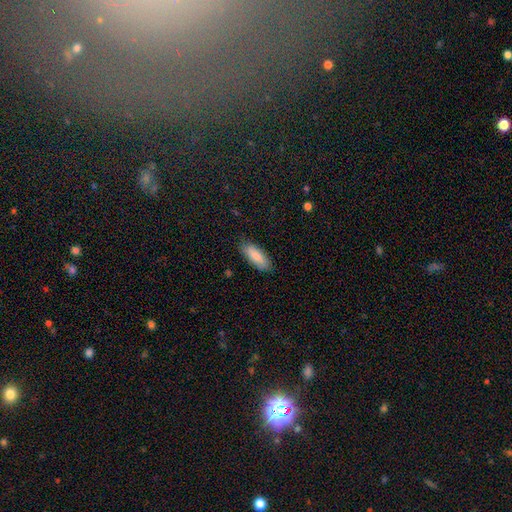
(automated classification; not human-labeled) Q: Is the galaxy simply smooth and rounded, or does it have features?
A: smooth — 84%.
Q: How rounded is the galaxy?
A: in between — 73%.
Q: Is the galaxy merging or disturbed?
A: none — 83%.